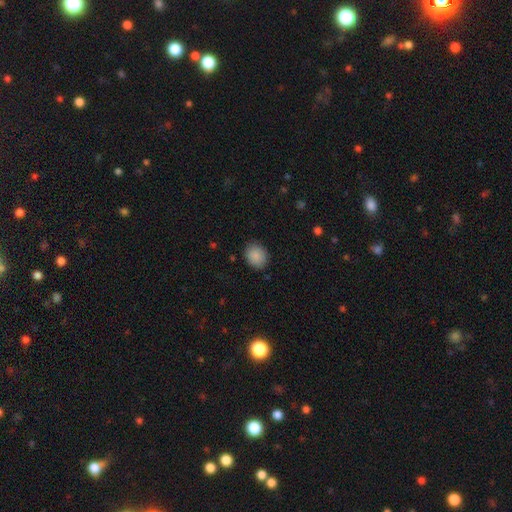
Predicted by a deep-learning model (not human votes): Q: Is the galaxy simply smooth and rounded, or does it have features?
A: smooth — 89%.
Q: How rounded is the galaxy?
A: round — 61%.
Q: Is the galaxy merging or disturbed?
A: none — 86%.